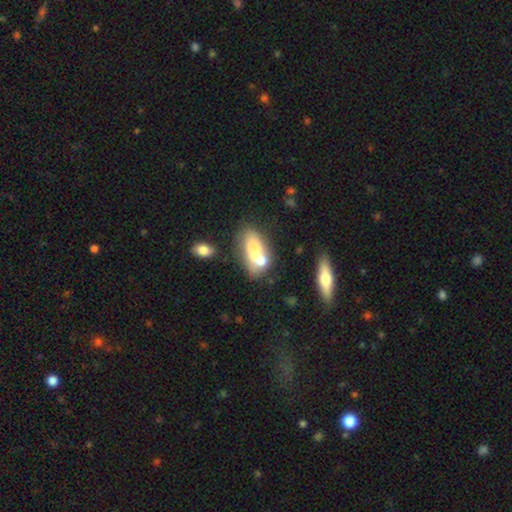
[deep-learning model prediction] Smooth or featured? Predicted: smooth (p=0.57). How rounded? Predicted: in between (p=0.79). Merging? Predicted: merger (p=0.51).